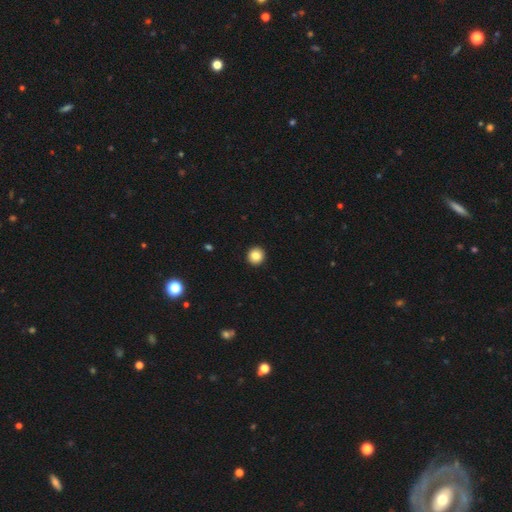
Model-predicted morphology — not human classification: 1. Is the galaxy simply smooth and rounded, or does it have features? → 84% smooth, 10% star or artifact, 6% featured or disk.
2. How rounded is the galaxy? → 93% round, 6% in between, 1% cigar-shaped.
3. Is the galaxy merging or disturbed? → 94% none, 4% minor disturbance, 1% major disturbance, 1% merger.